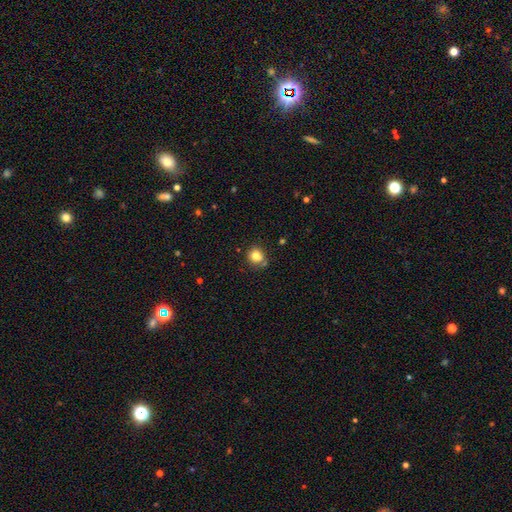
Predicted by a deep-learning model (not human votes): This is clearly a smooth galaxy (80%). How rounded: clearly round (84%). Merging: likely none (72%).